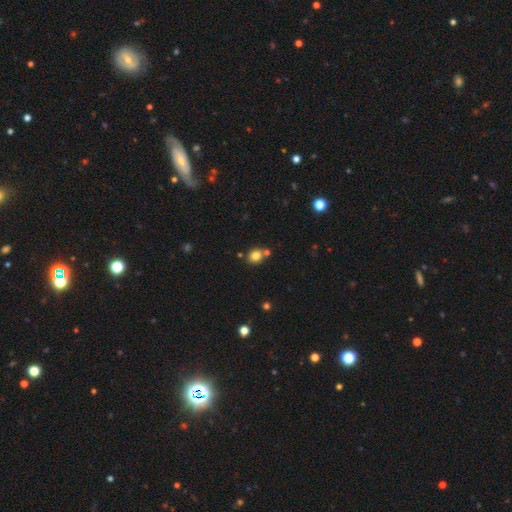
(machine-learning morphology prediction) A smooth galaxy with no disk features (81%) that is round (79%).

Vote fractions:
- Smooth or featured? smooth: 81% / star or artifact: 12% / featured or disk: 6%
- How rounded? round: 79% / in between: 20% / cigar-shaped: 1%
- Merging? none: 72% / merger: 16% / minor disturbance: 10% / major disturbance: 3%